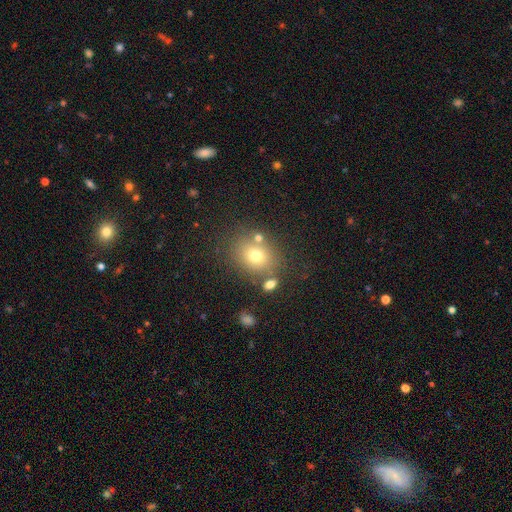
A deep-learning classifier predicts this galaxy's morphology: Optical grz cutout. It shows a smooth galaxy with no disk features (71%) that is round (56%). Merging: none (72%).